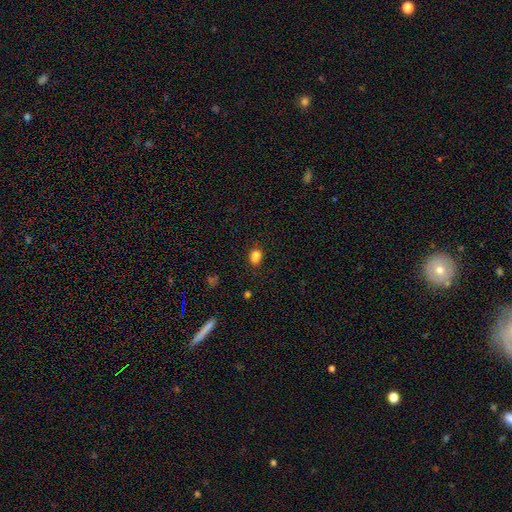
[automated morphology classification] smooth-or-featured: smooth: 79% | star or artifact: 13% | featured or disk: 8%
  how-rounded: in between: 55% | round: 43% | cigar-shaped: 1%
  merging: none: 54% | merger: 21% | minor disturbance: 20% | major disturbance: 6%